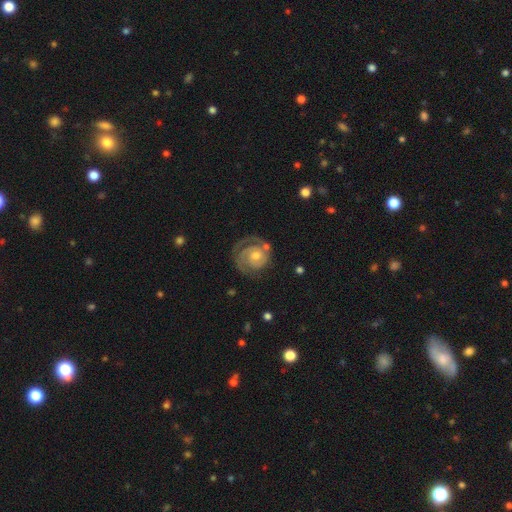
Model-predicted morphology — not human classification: A featured or disk galaxy (86%) with no bar (74%), 2 (60%) tight (73%) spiral arms (97%) and a moderate central bulge (54%).

Vote fractions:
- Smooth or featured? featured or disk: 86% / smooth: 9% / star or artifact: 5%
- Edge-on disk? no: 98% / yes: 2%
- Bar? no: 74% / weak: 22% / strong: 4%
- Spiral arms? yes: 97% / no: 3%
- Spiral winding? tight: 73% / medium: 22% / loose: 5%
- Spiral arm count? 2: 60% / 1: 19% / can't tell: 9% / 3: 8% / 4: 2% / more than 4: 2%
- Bulge size? moderate: 54% / small: 39% / large: 4% / none: 2% / dominant: 1%
- Merging? none: 73% / minor disturbance: 16% / major disturbance: 9% / merger: 3%